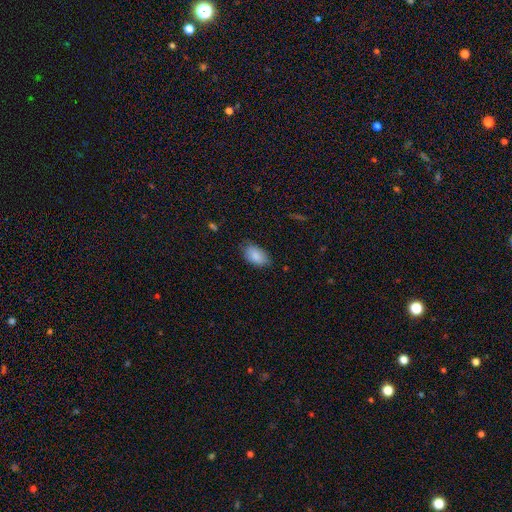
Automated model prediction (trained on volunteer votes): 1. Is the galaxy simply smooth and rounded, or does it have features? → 87% smooth, 7% star or artifact, 6% featured or disk.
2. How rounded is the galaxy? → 93% in between, 5% round, 2% cigar-shaped.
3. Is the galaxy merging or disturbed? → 74% none, 21% minor disturbance, 4% major disturbance, 1% merger.